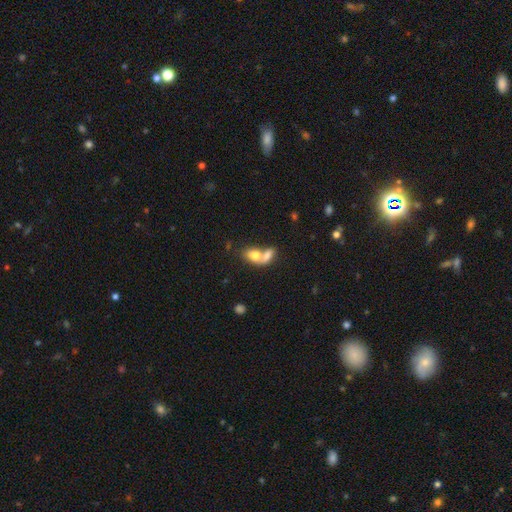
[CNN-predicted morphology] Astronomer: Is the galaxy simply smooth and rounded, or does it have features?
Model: smooth — 76%.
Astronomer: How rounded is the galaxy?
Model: in between — 78%.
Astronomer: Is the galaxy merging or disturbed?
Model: merger — 72%.